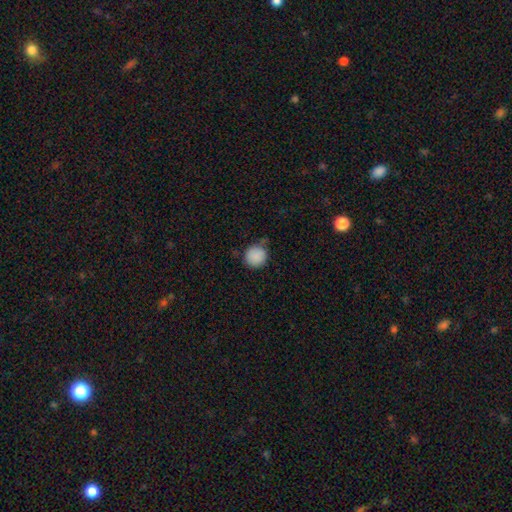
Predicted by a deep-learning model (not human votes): Smooth or featured? Predicted: smooth (p=0.88). How rounded? Predicted: round (p=0.91). Merging? Predicted: none (p=0.67).